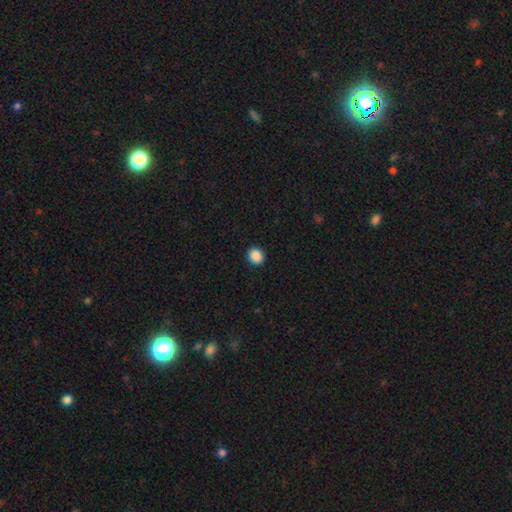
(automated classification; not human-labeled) Morphology: type=smooth (89%); roundness=round (75%); merging=none (91%).